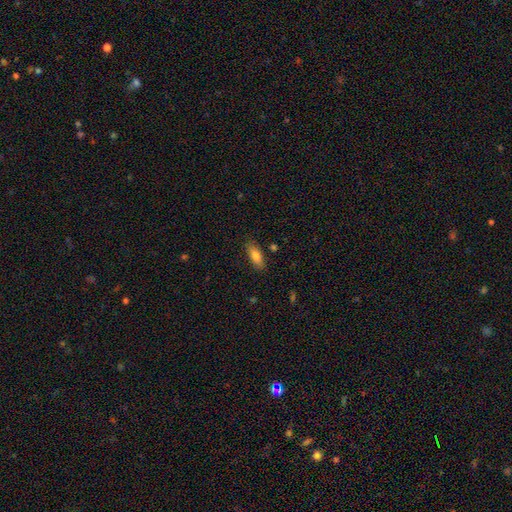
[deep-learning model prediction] A smooth galaxy with no disk features (80%) that is in between round and cigar-shaped (74%). Merging: none (84%).